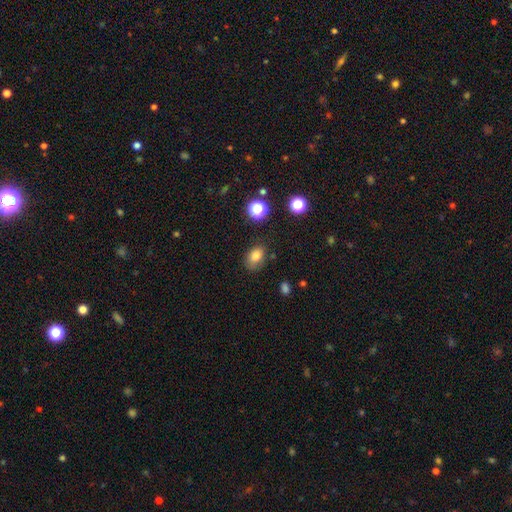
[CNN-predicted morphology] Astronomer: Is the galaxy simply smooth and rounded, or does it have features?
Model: smooth — 80%.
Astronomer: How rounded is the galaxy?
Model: in between — 76%.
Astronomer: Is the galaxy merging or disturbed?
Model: none — 70%.